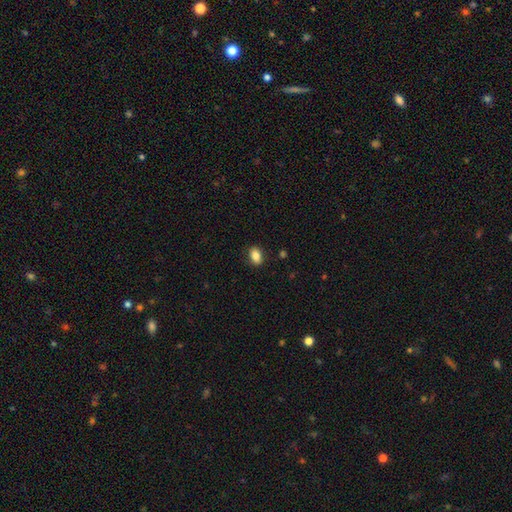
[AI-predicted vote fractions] This appears to be a smooth galaxy with no disk features (86%) that is in between round and cigar-shaped (82%). Merging: none (88%).